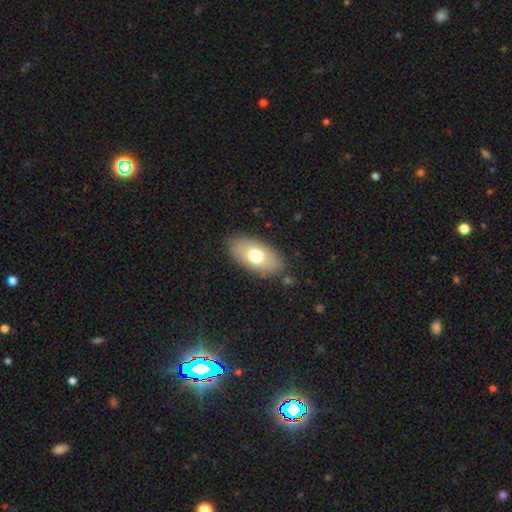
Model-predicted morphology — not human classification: smooth_or_featured: smooth (p=0.68) [alt: featured or disk p=0.24]
how_rounded: in between (p=0.91) [alt: round p=0.05]
merging: none (p=0.85) [alt: minor disturbance p=0.11]